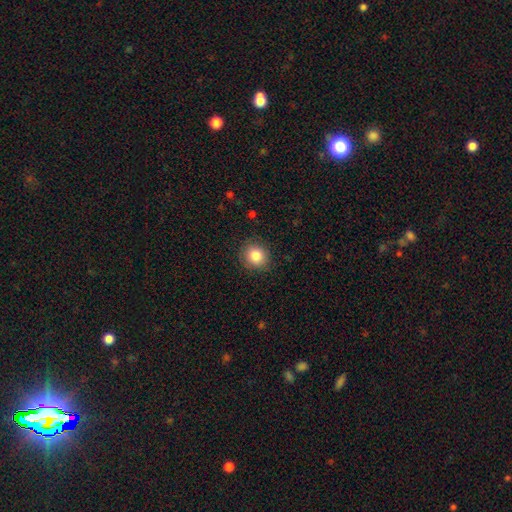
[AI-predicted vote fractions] A smooth galaxy with no disk features (85%) that is round (84%).

Vote fractions:
- Smooth or featured? smooth: 85% / star or artifact: 9% / featured or disk: 6%
- How rounded? round: 84% / in between: 15% / cigar-shaped: 1%
- Merging? none: 87% / minor disturbance: 9% / major disturbance: 3% / merger: 1%